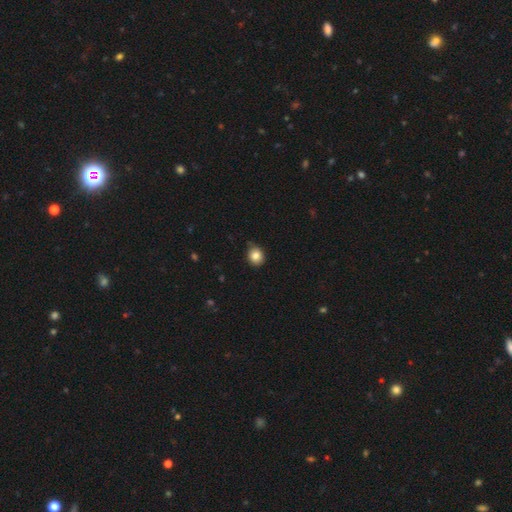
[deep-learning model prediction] Smooth or featured? smooth (83%)
How rounded? round (71%)
Merging? none (82%)